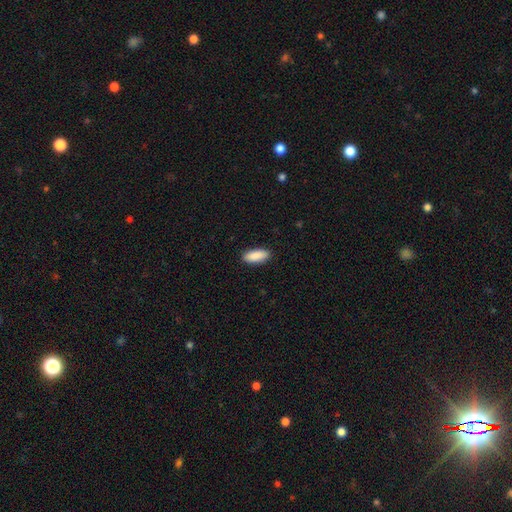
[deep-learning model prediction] This appears to be a smooth galaxy with no disk features (90%) that is in between round and cigar-shaped (79%). Merging: none (90%).